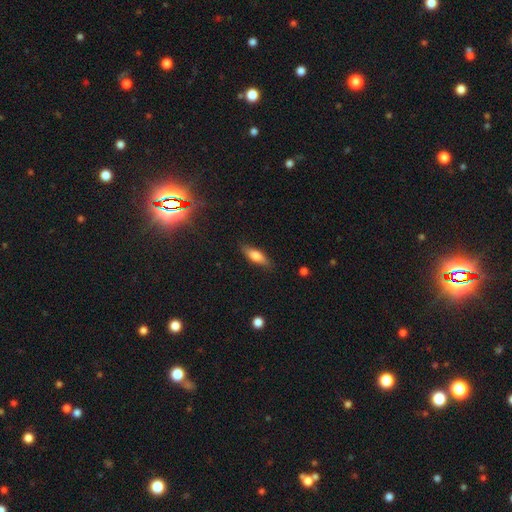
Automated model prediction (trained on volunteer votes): Smooth or featured? smooth (67%)
How rounded? in between (54%)
Merging? none (83%)